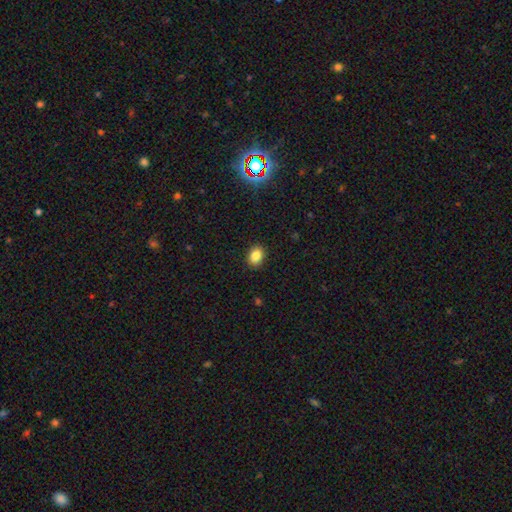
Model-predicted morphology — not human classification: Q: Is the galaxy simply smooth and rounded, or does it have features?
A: smooth — 86%.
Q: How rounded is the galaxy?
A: in between — 72%.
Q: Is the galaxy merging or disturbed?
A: none — 89%.